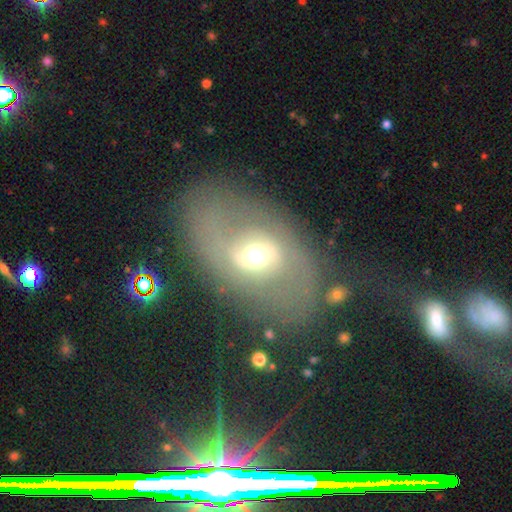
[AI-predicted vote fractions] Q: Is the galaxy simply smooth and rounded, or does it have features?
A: featured or disk — 64%.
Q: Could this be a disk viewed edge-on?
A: no — 91%.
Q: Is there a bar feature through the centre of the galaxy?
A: no — 40%.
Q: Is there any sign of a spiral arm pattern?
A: no — 57%.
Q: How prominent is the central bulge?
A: moderate — 65%.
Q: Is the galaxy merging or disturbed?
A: none — 74%.